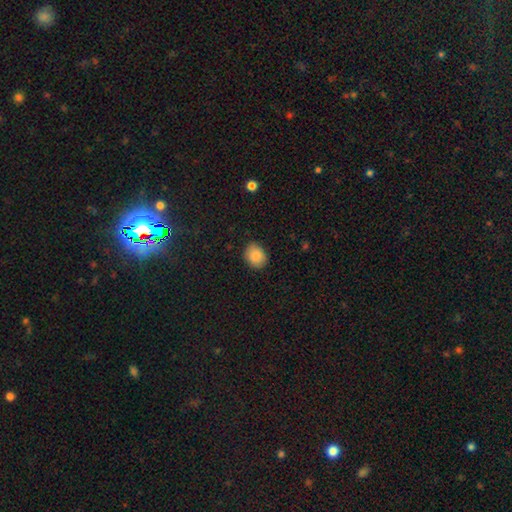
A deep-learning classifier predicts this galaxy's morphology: smooth-or-featured: smooth: 87% | star or artifact: 8% | featured or disk: 5%
  how-rounded: round: 52% | in between: 48% | cigar-shaped: 1%
  merging: none: 83% | minor disturbance: 14% | major disturbance: 3% | merger: 1%